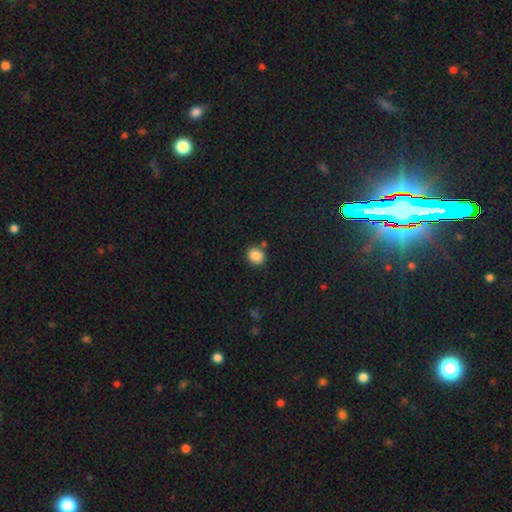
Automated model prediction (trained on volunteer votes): A smooth galaxy with no disk features (87%) that is round (78%).

Vote fractions:
- Smooth or featured? smooth: 87% / star or artifact: 10% / featured or disk: 4%
- How rounded? round: 78% / in between: 21% / cigar-shaped: 1%
- Merging? none: 83% / minor disturbance: 8% / merger: 6% / major disturbance: 2%